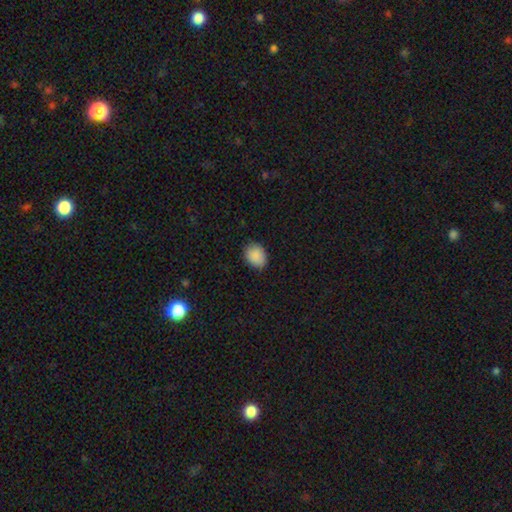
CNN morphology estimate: type=smooth (89%); roundness=in between (54%); merging=none (84%).